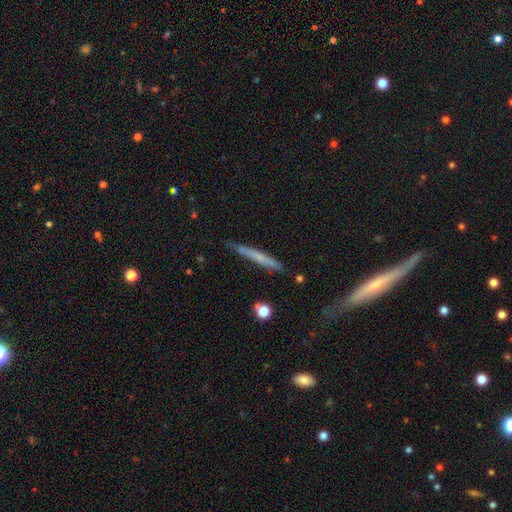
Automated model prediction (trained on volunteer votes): Smooth or featured? Predicted: smooth (p=0.54). How rounded? Predicted: cigar-shaped (p=0.96). Merging? Predicted: none (p=0.80).